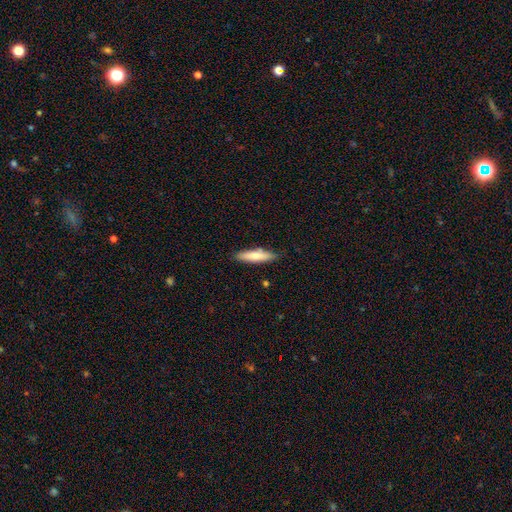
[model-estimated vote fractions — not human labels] This is likely a smooth galaxy (75%). How rounded: likely cigar-shaped (77%). Merging: clearly none (84%).